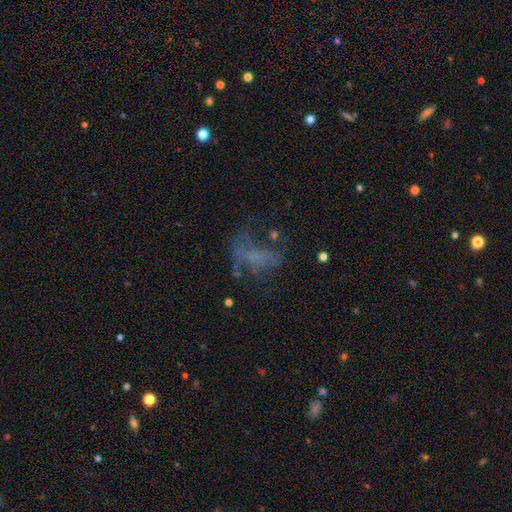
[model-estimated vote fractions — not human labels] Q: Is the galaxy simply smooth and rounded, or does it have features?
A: featured or disk — 40%.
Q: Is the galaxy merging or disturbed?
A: major disturbance — 44%.